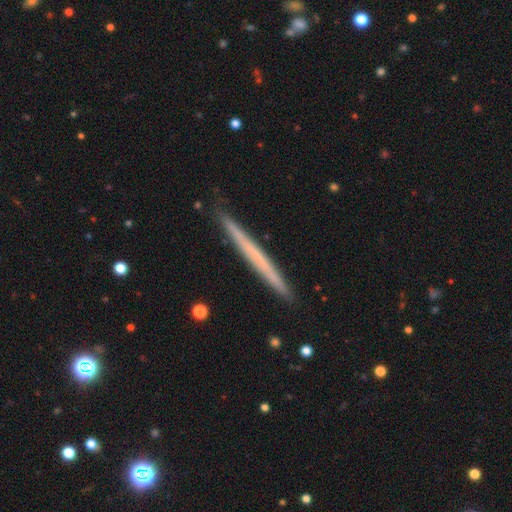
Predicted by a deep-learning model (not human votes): A featured or disk galaxy (47%, tied with smooth). Merging: none (90%).